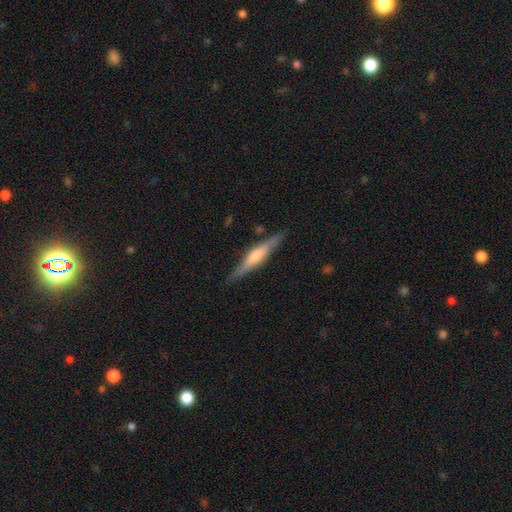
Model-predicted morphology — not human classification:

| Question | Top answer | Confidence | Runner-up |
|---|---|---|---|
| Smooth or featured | featured or disk | 69% | smooth (26%) |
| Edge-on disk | yes | 96% | no (4%) |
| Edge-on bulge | rounded | 67% | boxy (22%) |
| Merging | none | 87% | minor disturbance (10%) |